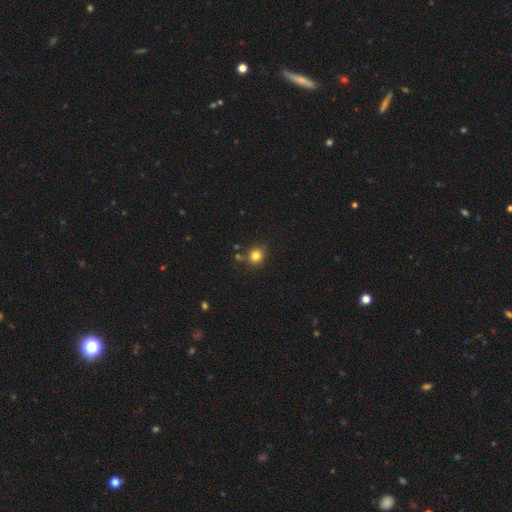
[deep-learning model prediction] Morphology: type=smooth (81%); roundness=round (85%); merging=none (76%).